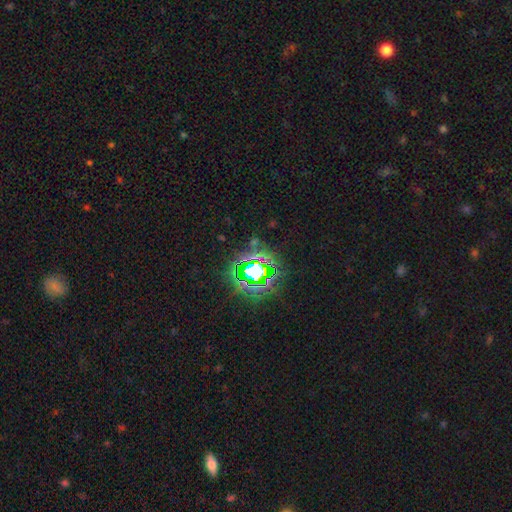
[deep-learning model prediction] This is clearly a star or artifact rather than a galaxy (81%).